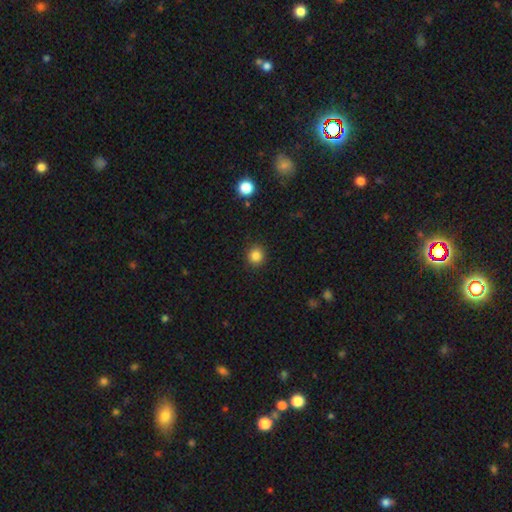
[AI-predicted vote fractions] Smooth or featured: smooth — 84% (star or artifact — 11%)
How rounded: round — 91% (in between — 8%)
Merging: none — 91% (minor disturbance — 6%)